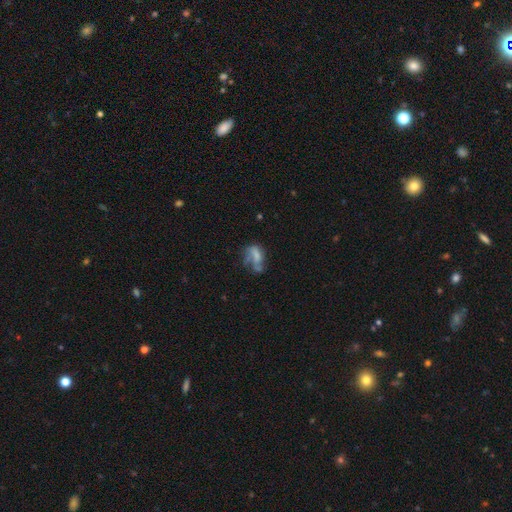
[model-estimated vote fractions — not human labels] Smooth or featured: smooth — 49% (featured or disk — 38%)
Merging: major disturbance — 35% (none — 28%)